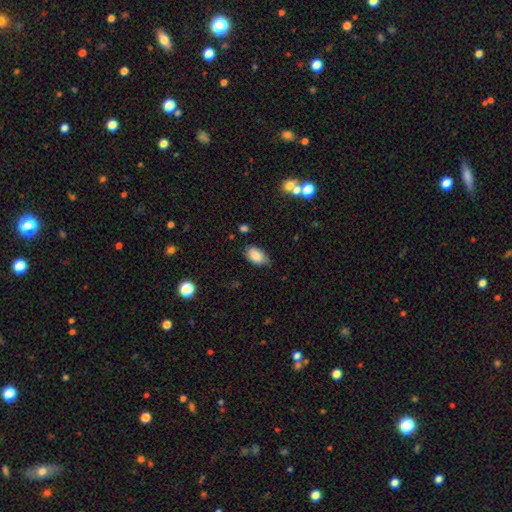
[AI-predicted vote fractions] Overall: smooth (83%). How rounded: in between (92%). Merging: none (68%).